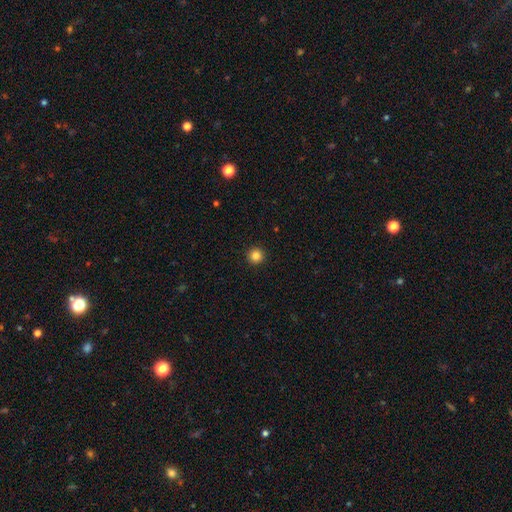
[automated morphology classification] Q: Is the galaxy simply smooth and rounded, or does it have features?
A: smooth — 85%.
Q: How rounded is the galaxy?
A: round — 96%.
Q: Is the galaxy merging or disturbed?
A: none — 94%.